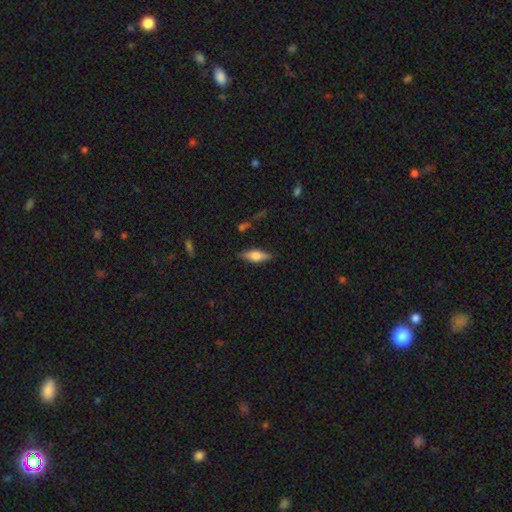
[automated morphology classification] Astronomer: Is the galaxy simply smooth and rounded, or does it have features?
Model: smooth — 48% (runner-up: featured or disk, 45%).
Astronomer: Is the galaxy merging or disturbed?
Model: none — 84%.